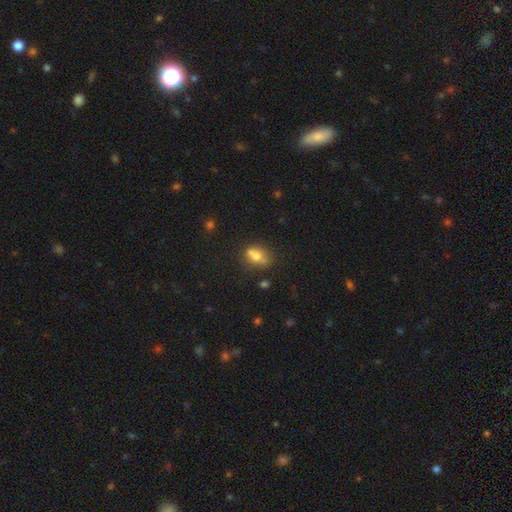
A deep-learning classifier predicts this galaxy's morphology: Smooth or featured? smooth (65%)
How rounded? in between (58%)
Merging? none (41%)